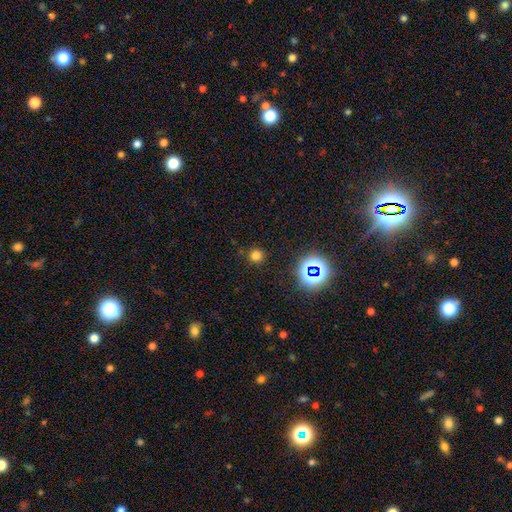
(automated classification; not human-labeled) Q: Smooth or featured?
A: smooth (72%); runner-up: star or artifact (23%)
Q: How rounded?
A: round (94%); runner-up: in between (5%)
Q: Merging?
A: none (88%); runner-up: minor disturbance (7%)